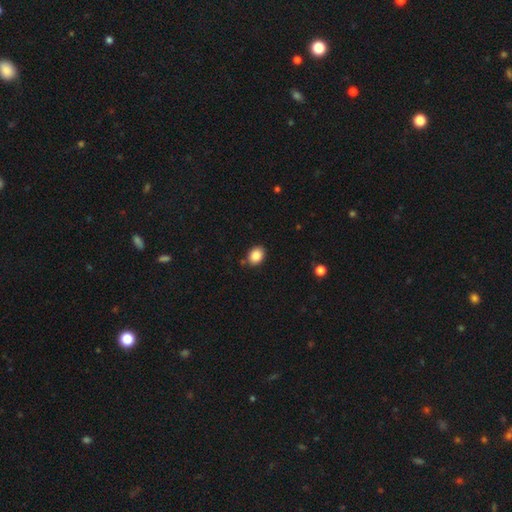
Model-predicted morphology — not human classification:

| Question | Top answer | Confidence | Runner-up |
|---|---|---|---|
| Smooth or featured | smooth | 86% | star or artifact (9%) |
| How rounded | in between | 60% | round (39%) |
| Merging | none | 83% | minor disturbance (11%) |